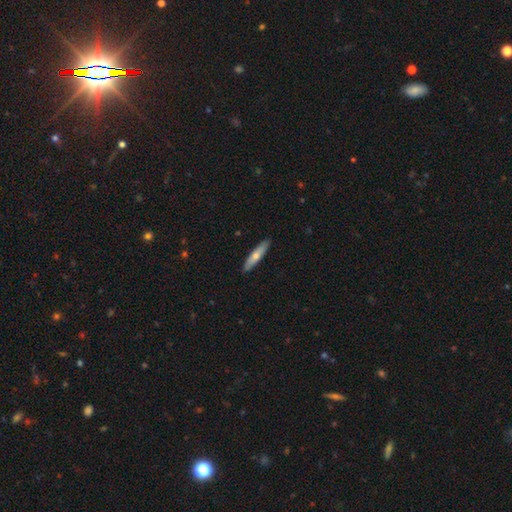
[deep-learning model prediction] A smooth galaxy with no disk features (61%) that is cigar-shaped (82%). Merging: none (90%).